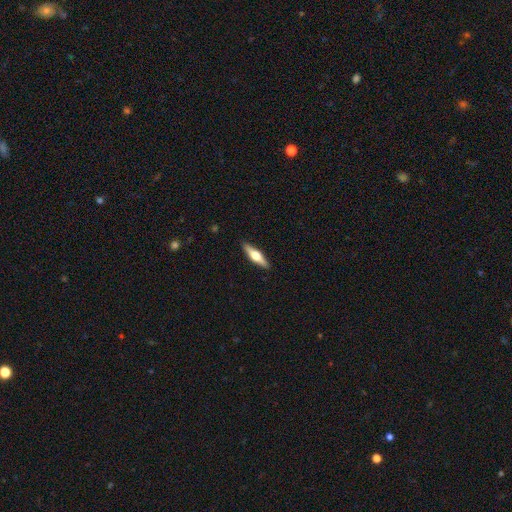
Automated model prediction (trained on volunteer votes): featured or disk 60%, smooth 34%, star or artifact 5%. Down the decision tree: edge-on disk — yes (96%); edge-on bulge — rounded (95%); merging — none (91%).